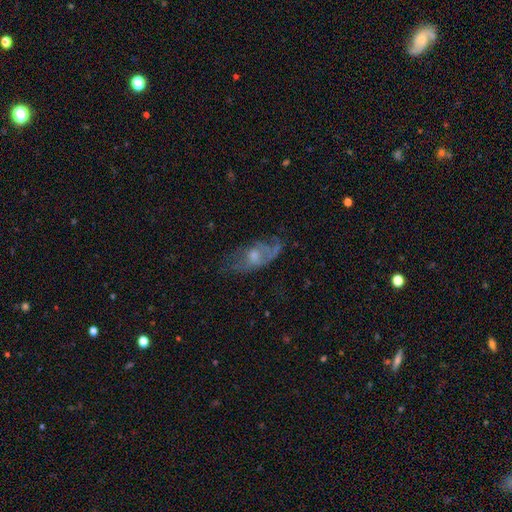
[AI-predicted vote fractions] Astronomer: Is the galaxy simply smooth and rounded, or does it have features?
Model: featured or disk — 59%.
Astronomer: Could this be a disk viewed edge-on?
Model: no — 85%.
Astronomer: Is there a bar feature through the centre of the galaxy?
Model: no — 76%.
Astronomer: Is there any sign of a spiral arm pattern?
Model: yes — 59% (runner-up: no, 41%).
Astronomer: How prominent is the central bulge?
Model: moderate — 50% (runner-up: small, 39%).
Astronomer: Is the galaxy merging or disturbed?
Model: none — 51% (runner-up: minor disturbance, 27%).